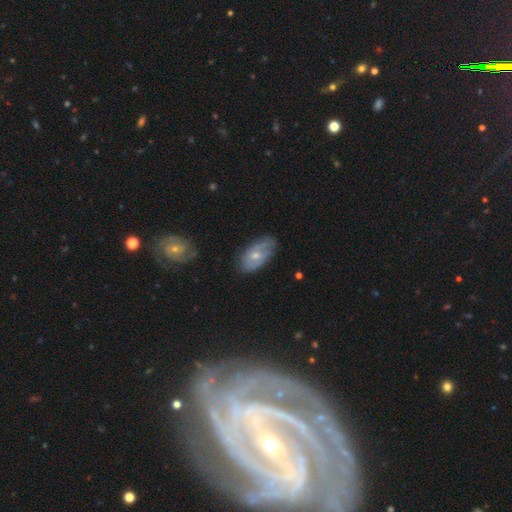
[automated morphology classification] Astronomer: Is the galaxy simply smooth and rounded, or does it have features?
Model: featured or disk — 53% (runner-up: smooth, 41%).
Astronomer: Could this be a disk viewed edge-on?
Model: no — 91%.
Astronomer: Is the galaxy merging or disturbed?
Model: none — 64%.